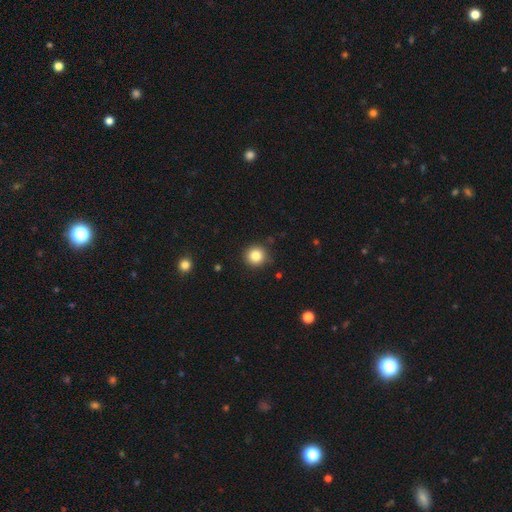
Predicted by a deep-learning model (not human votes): smooth_or_featured: smooth (p=0.83) [alt: star or artifact p=0.11]
how_rounded: round (p=0.94) [alt: in between p=0.05]
merging: none (p=0.89) [alt: minor disturbance p=0.07]